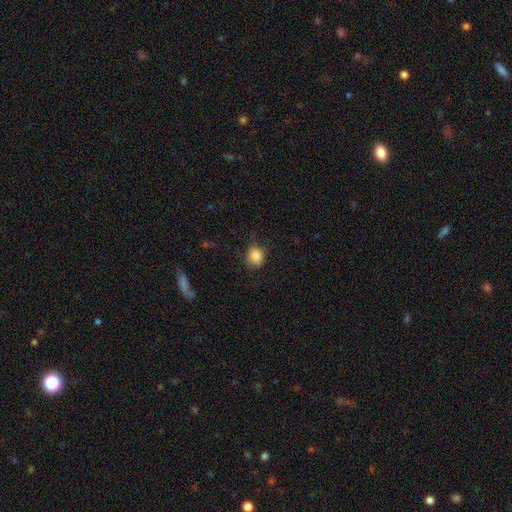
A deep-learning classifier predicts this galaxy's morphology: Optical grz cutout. It shows a smooth galaxy with no disk features (86%) that is round (66%). Merging: none (65%).